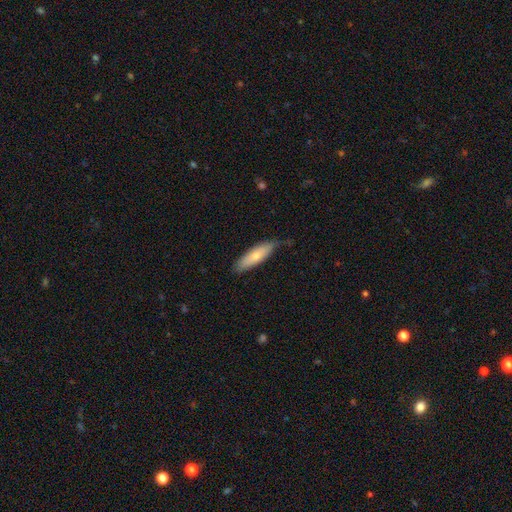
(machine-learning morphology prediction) smooth_or_featured: smooth (p=0.70) [alt: featured or disk p=0.24]
how_rounded: cigar-shaped (p=0.56) [alt: in between p=0.42]
merging: none (p=0.69) [alt: minor disturbance p=0.25]